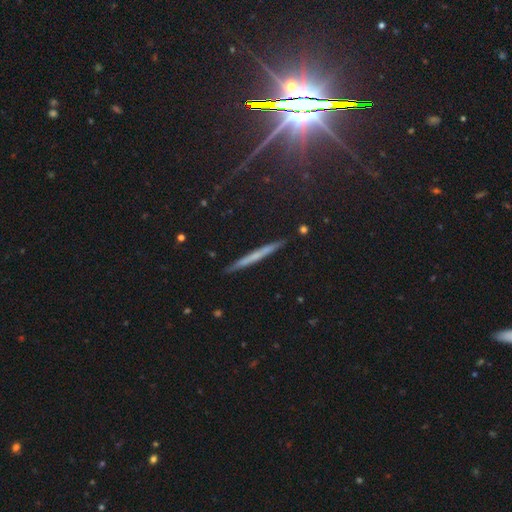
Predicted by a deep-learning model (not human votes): Smooth or featured: featured or disk — 47% (smooth — 42%)
Merging: none — 90% (minor disturbance — 8%)